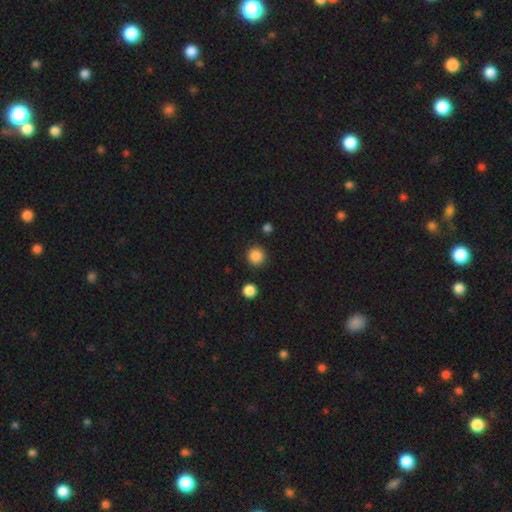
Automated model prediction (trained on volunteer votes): Q: Smooth or featured?
A: smooth (87%); runner-up: star or artifact (10%)
Q: How rounded?
A: round (93%); runner-up: in between (6%)
Q: Merging?
A: none (89%); runner-up: minor disturbance (6%)